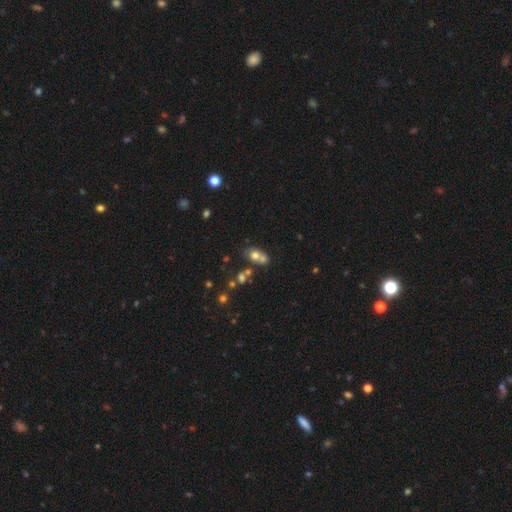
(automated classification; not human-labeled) The model was most divided on "how rounded": round: 54%, in between: 45%, cigar-shaped: 2%. More confident: smooth or featured — smooth (64%); merging — merger (53%).